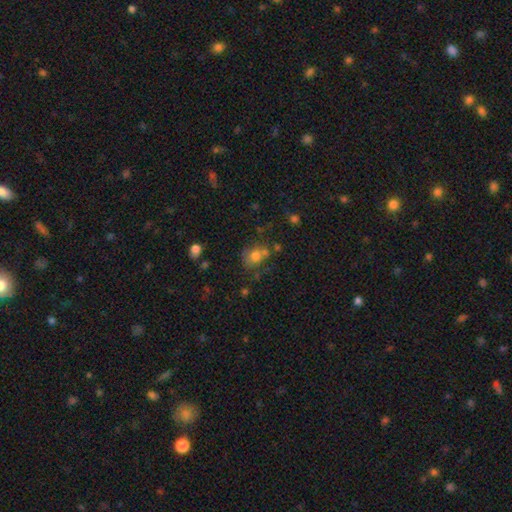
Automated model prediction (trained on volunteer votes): A smooth galaxy with no disk features (70%) that is round (63%). Merging: none (47%).